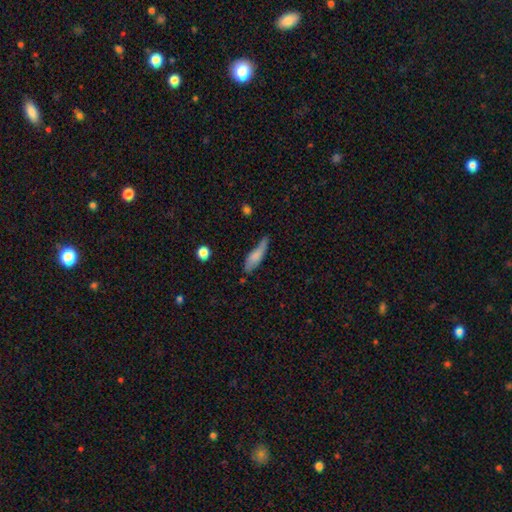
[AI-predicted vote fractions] A smooth galaxy with no disk features (70%) that is cigar-shaped (60%). Merging: none (51%).